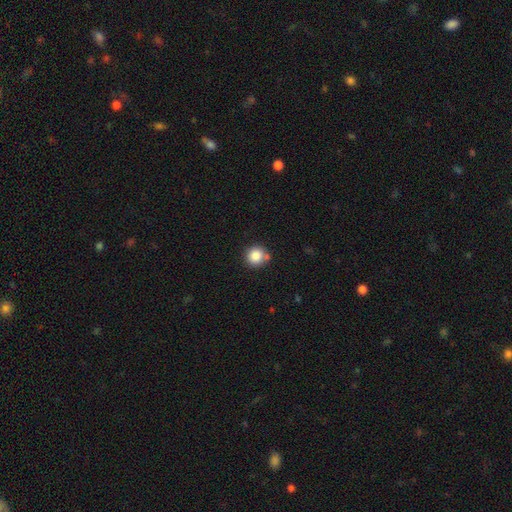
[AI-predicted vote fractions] smooth-or-featured: smooth: 85% | star or artifact: 10% | featured or disk: 5%
  how-rounded: round: 92% | in between: 7% | cigar-shaped: 1%
  merging: none: 73% | minor disturbance: 13% | merger: 10% | major disturbance: 3%